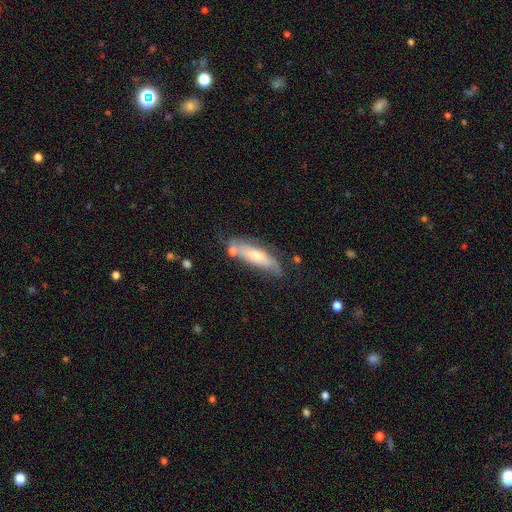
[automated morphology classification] smooth-or-featured: smooth: 48% | featured or disk: 45% | star or artifact: 7%
  merging: none: 54% | minor disturbance: 25% | merger: 11% | major disturbance: 10%